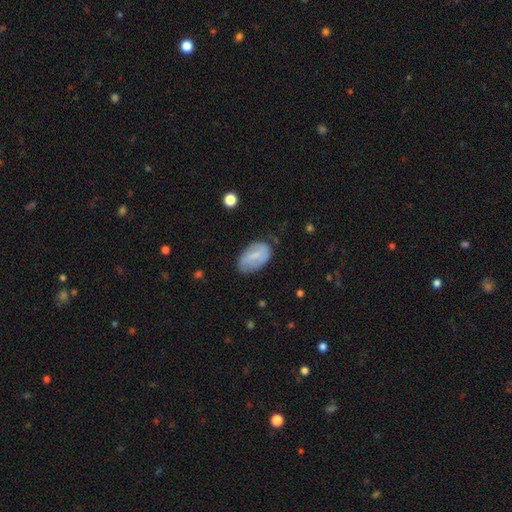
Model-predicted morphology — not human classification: This appears to be a smooth galaxy with no disk features (61%) that is in between round and cigar-shaped (92%). Merging: none (64%).